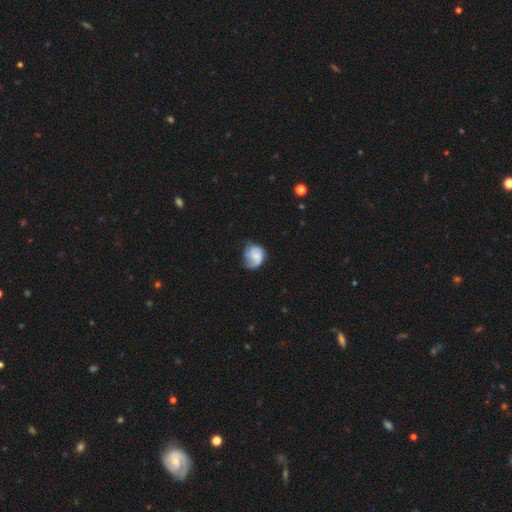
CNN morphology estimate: smooth_or_featured: smooth (p=0.52) [alt: featured or disk p=0.40]
how_rounded: round (p=0.61) [alt: in between p=0.38]
merging: none (p=0.41) [alt: minor disturbance p=0.35]